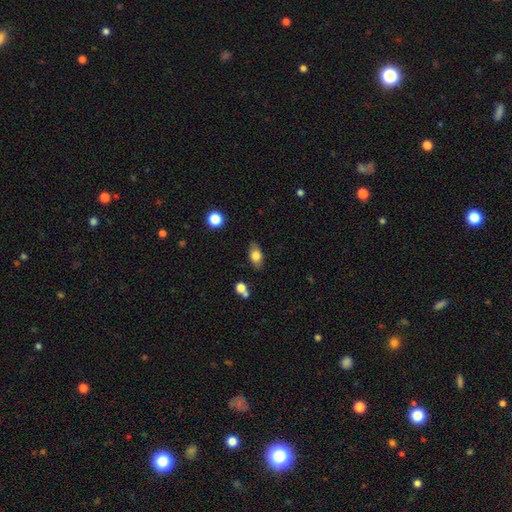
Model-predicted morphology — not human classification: smooth-or-featured: smooth: 75% | featured or disk: 17% | star or artifact: 8%
  how-rounded: in between: 86% | round: 8% | cigar-shaped: 6%
  merging: none: 82% | minor disturbance: 12% | major disturbance: 3% | merger: 3%